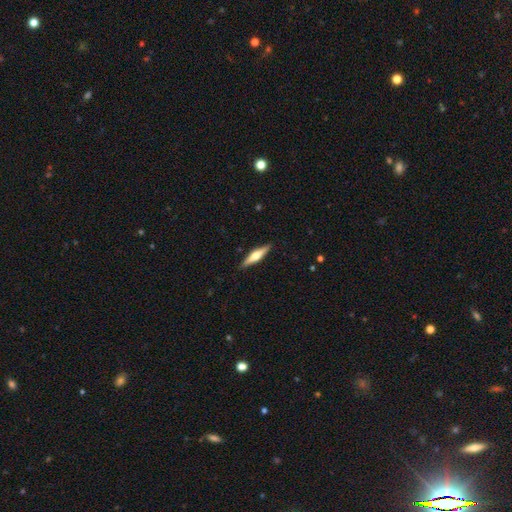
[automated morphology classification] Smooth or featured? Predicted: featured or disk (p=0.59). Edge-on disk? Predicted: yes (p=0.96). Edge-on bulge? Predicted: rounded (p=0.91). Merging? Predicted: none (p=0.90).